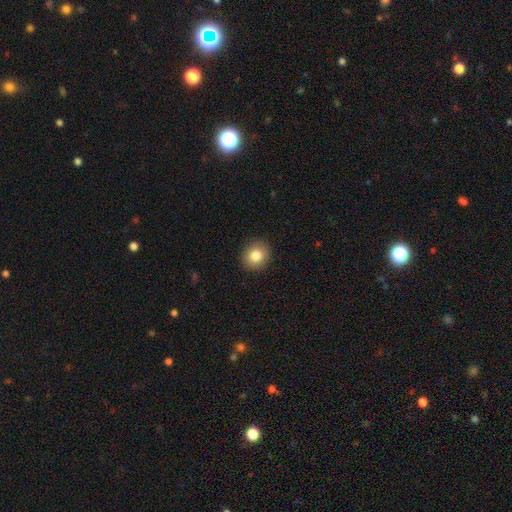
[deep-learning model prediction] Q: Smooth or featured?
A: smooth (83%); runner-up: star or artifact (9%)
Q: How rounded?
A: round (79%); runner-up: in between (20%)
Q: Merging?
A: none (91%); runner-up: minor disturbance (7%)